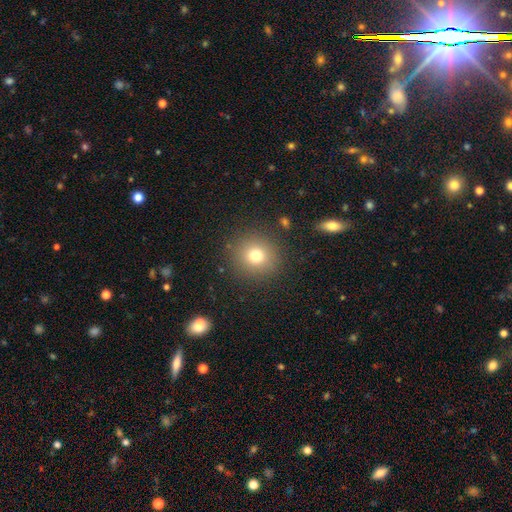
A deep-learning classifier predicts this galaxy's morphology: smooth 75%, star or artifact 14%, featured or disk 10%. Down the decision tree: how rounded — round (92%); merging — none (88%).